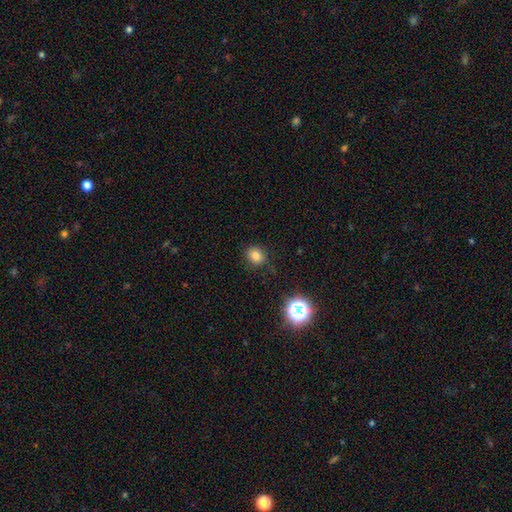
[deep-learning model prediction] smooth-or-featured: smooth: 79% | star or artifact: 15% | featured or disk: 6%
  how-rounded: round: 71% | in between: 28% | cigar-shaped: 1%
  merging: none: 81% | minor disturbance: 14% | major disturbance: 3% | merger: 2%